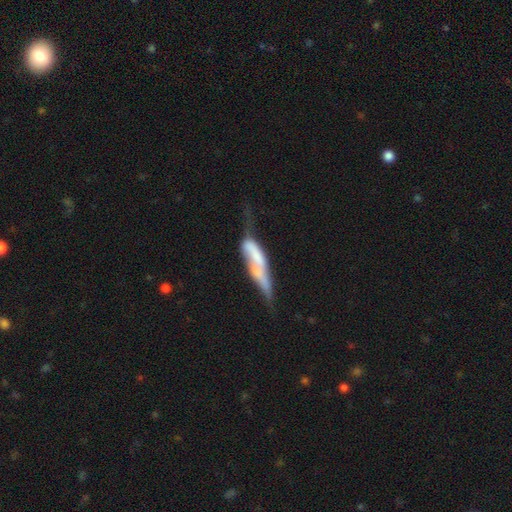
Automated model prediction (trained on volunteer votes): Q: Smooth or featured?
A: smooth (46%); tied with: featured or disk (46%)
Q: Merging?
A: merger (38%); runner-up: major disturbance (27%)